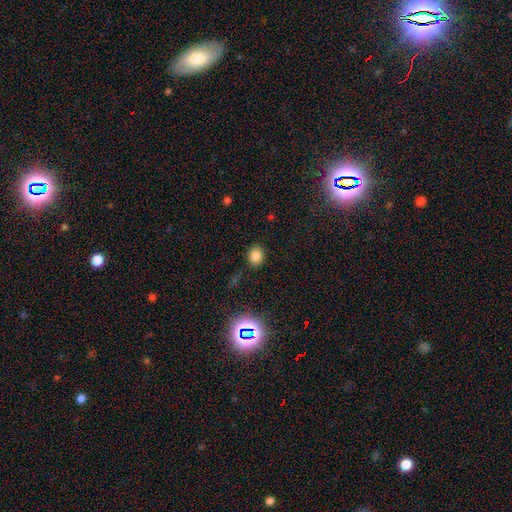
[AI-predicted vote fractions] Smooth or featured: smooth — 79% (star or artifact — 15%)
How rounded: round — 66% (in between — 33%)
Merging: none — 87% (minor disturbance — 9%)